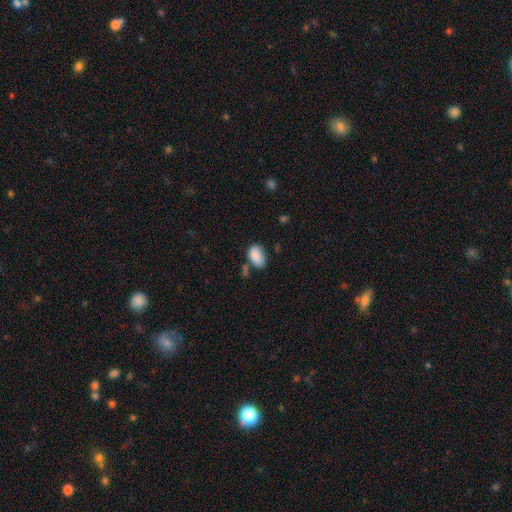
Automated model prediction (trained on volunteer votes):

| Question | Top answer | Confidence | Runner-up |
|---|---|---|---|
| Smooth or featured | smooth | 88% | star or artifact (8%) |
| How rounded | in between | 91% | round (8%) |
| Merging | none | 63% | minor disturbance (22%) |